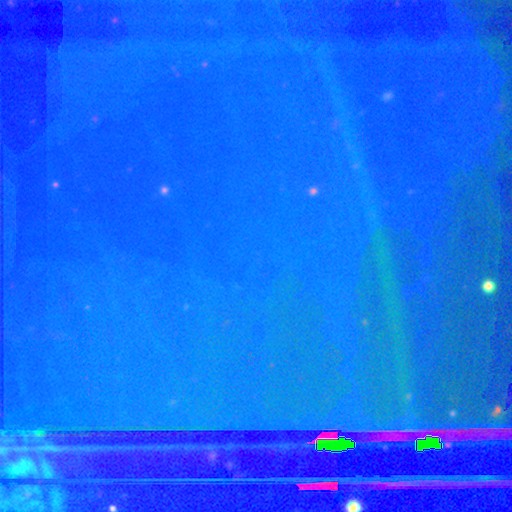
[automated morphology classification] Smooth or featured?
  - star or artifact: 84% *
  - smooth: 8%
  - featured or disk: 7%